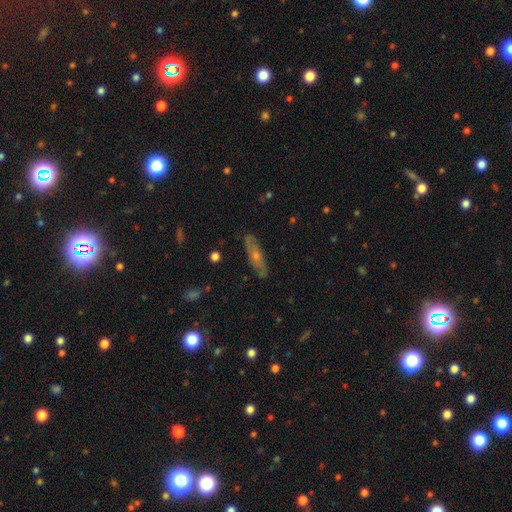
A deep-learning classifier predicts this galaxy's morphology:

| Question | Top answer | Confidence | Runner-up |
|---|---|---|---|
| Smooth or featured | featured or disk | 55% | smooth (33%) |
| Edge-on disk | yes | 50% | tied: no (50%) |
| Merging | none | 83% | minor disturbance (13%) |